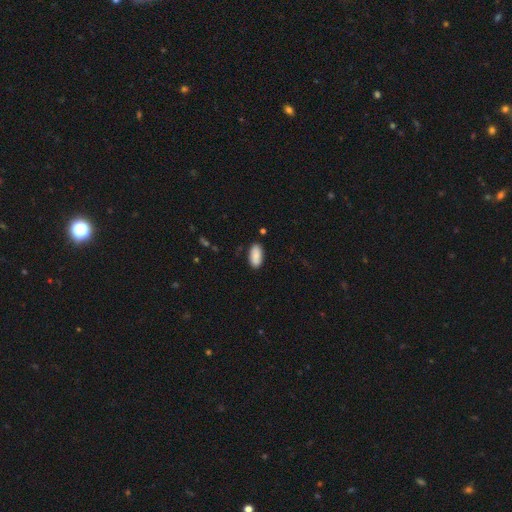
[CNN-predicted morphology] Q: Smooth or featured?
A: smooth (88%); runner-up: star or artifact (6%)
Q: How rounded?
A: in between (93%); runner-up: cigar-shaped (5%)
Q: Merging?
A: none (86%); runner-up: minor disturbance (11%)